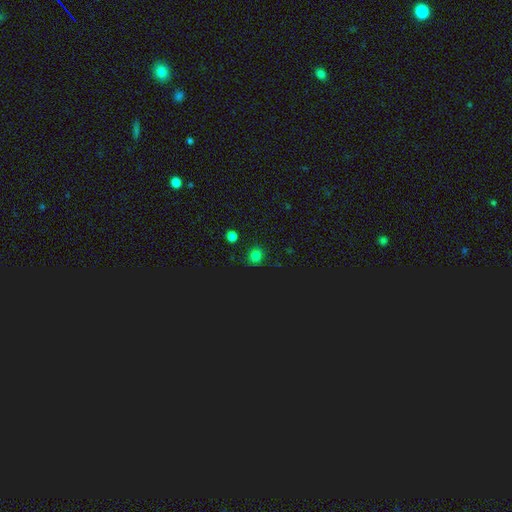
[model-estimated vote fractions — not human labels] This is likely a smooth galaxy (70%). How rounded: clearly round (81%). Merging: clearly none (81%).